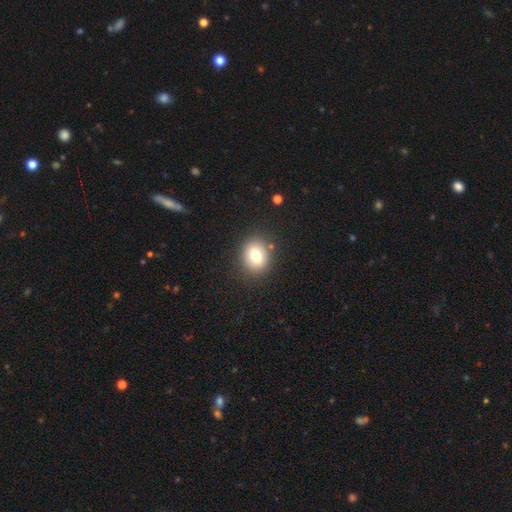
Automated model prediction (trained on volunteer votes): Overall: smooth (76%). How rounded: round (64%; in between 35%). Merging: none (86%).